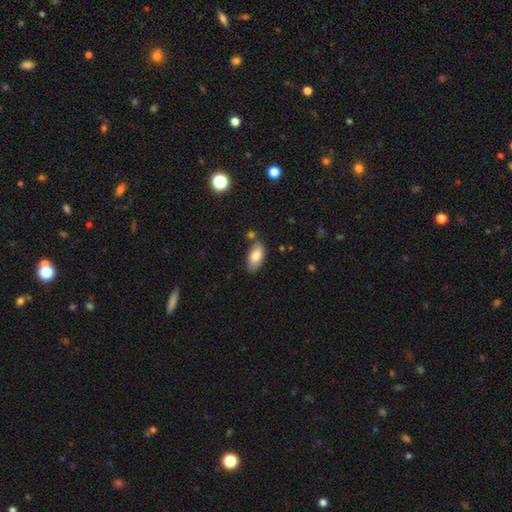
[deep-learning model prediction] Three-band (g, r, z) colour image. It shows a smooth galaxy with no disk features (81%) that is in between round and cigar-shaped (92%). Merging: none (73%).